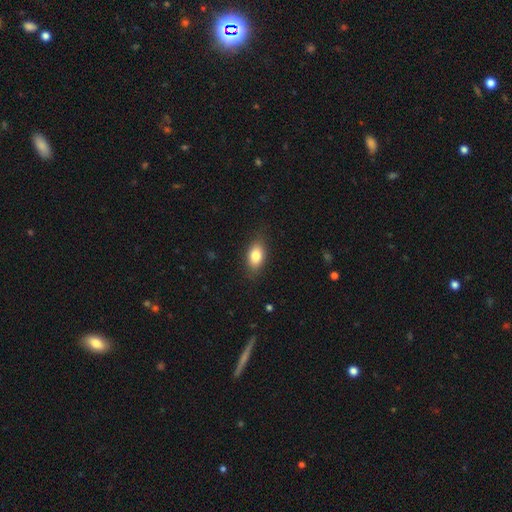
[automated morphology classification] Smooth or featured? smooth (82%)
How rounded? in between (88%)
Merging? none (83%)